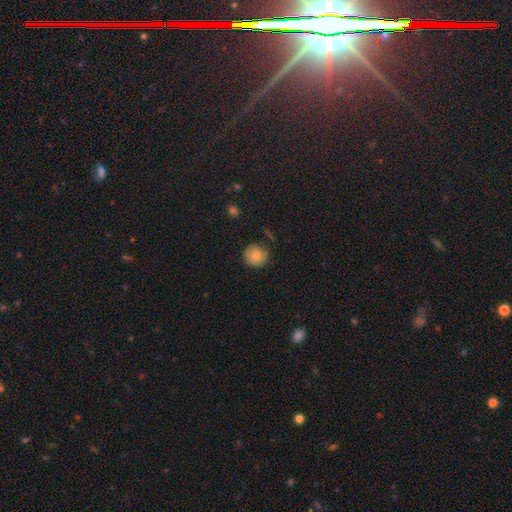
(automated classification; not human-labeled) This is clearly a smooth galaxy (83%). How rounded: clearly round (90%). Merging: likely none (77%).